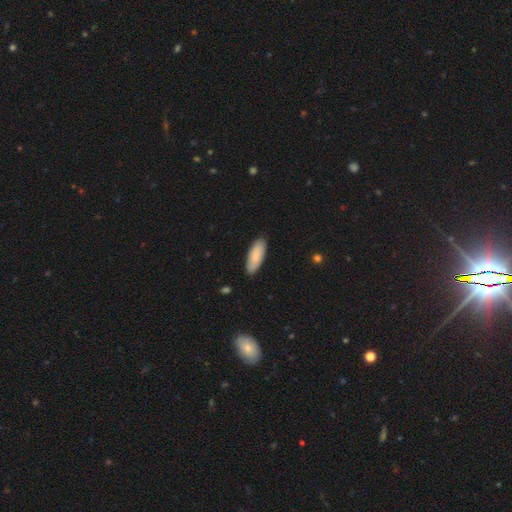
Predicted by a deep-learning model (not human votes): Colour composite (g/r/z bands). It shows a smooth galaxy with no disk features (84%) that is in between round and cigar-shaped (74%). Merging: none (87%).